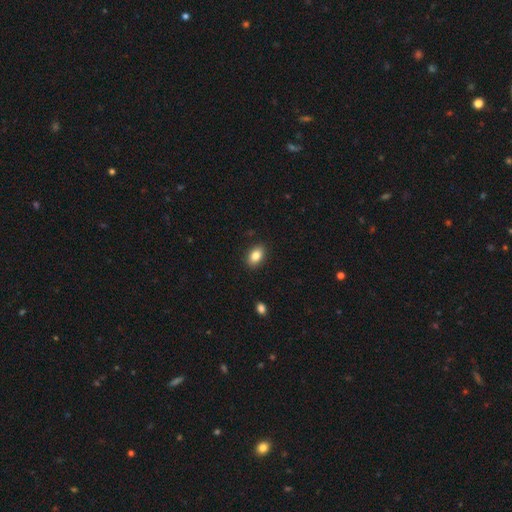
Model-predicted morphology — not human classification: A smooth galaxy with no disk features (85%) that is in between round and cigar-shaped (87%). Merging: none (89%).